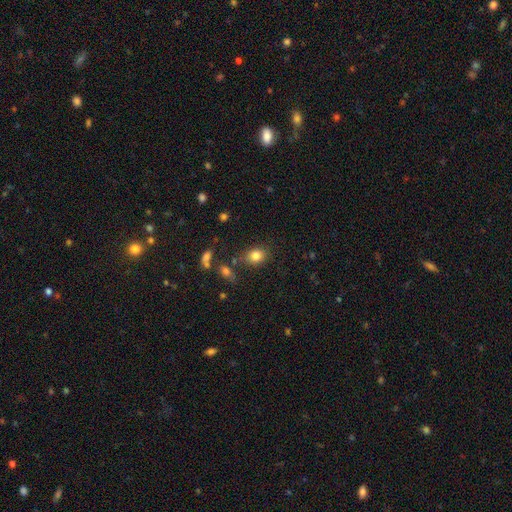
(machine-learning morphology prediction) This is clearly a smooth galaxy (82%). How rounded: possibly in between (60%). Merging: likely none (74%).